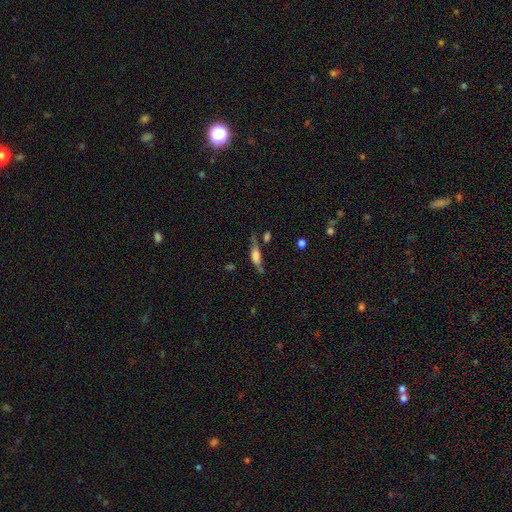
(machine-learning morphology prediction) featured or disk 46%, smooth 44%, star or artifact 10%. Down the decision tree: merging — none (48%).